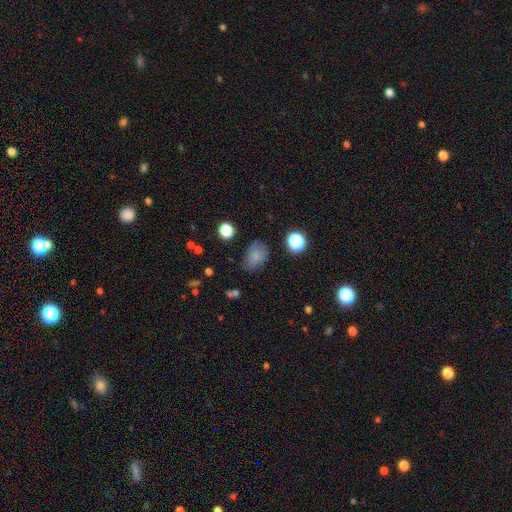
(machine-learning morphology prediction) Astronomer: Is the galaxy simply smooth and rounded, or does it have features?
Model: smooth — 77%.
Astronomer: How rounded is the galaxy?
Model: in between — 75%.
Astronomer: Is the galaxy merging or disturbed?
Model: none — 67%.